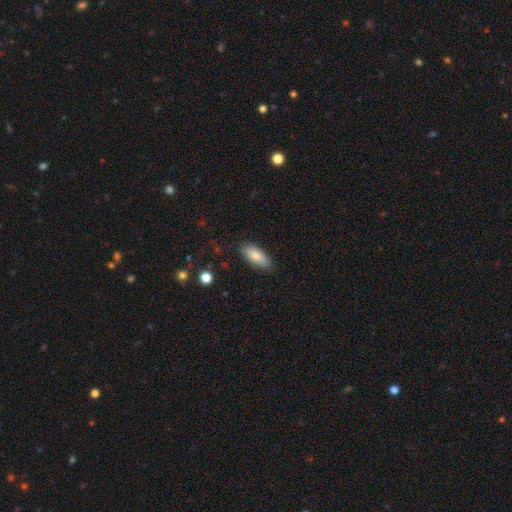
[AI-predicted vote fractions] Overall: smooth (83%). How rounded: in between (81%). Merging: none (85%).